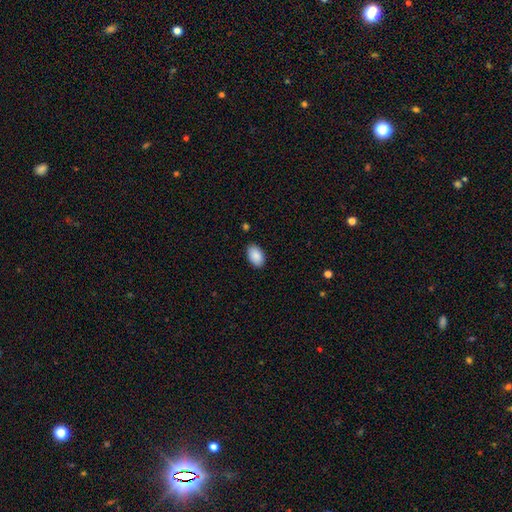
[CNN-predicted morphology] smooth-or-featured: smooth: 89% | star or artifact: 6% | featured or disk: 4%
  how-rounded: in between: 93% | round: 6% | cigar-shaped: 1%
  merging: none: 88% | minor disturbance: 9% | major disturbance: 2% | merger: 1%